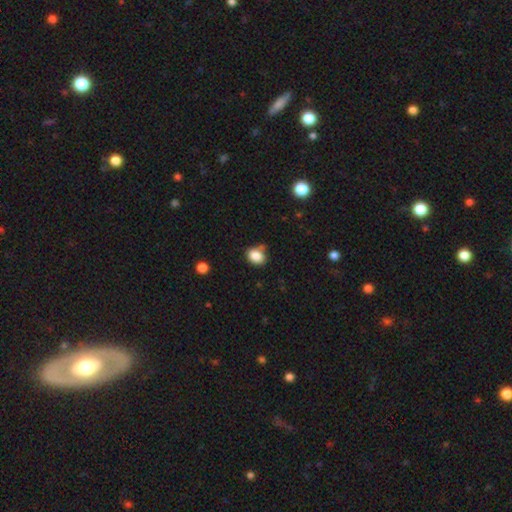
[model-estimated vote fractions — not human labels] Q: Smooth or featured?
A: smooth (85%); runner-up: star or artifact (10%)
Q: How rounded?
A: in between (62%); runner-up: round (37%)
Q: Merging?
A: none (67%); runner-up: minor disturbance (19%)